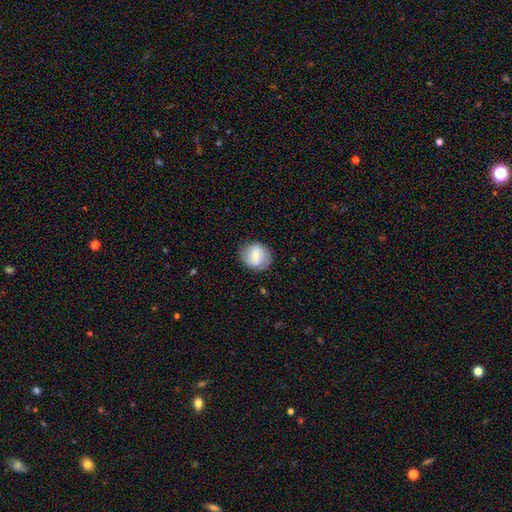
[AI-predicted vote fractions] Smooth or featured? smooth (55%)
How rounded? round (75%)
Merging? none (83%)